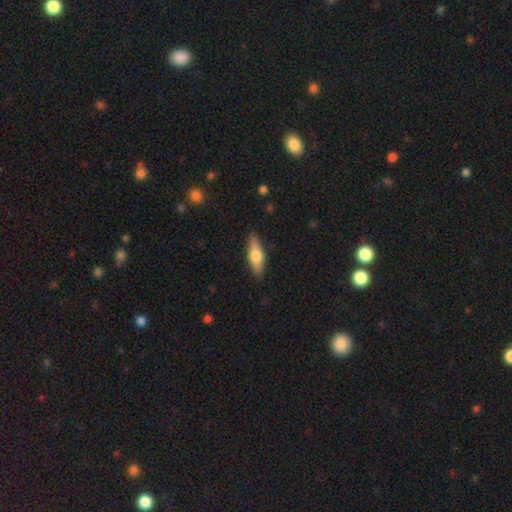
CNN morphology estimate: Smooth or featured? Predicted: smooth (p=0.59). How rounded? Predicted: in between (p=0.51). Merging? Predicted: none (p=0.87).